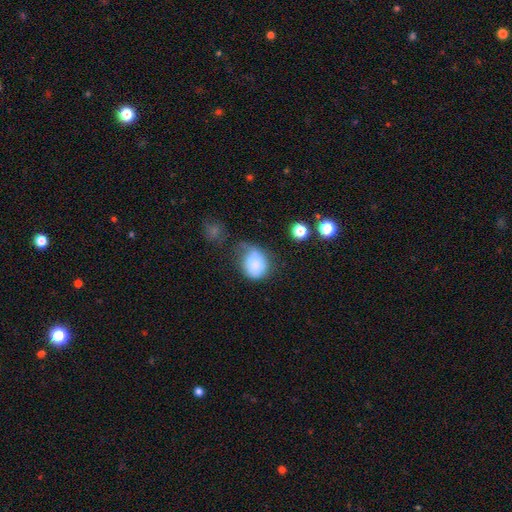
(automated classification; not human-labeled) The model was most divided on "merging": none: 36%, minor disturbance: 35%, major disturbance: 21%, merger: 8%. More confident: smooth or featured — smooth (78%); how rounded — round (67%).